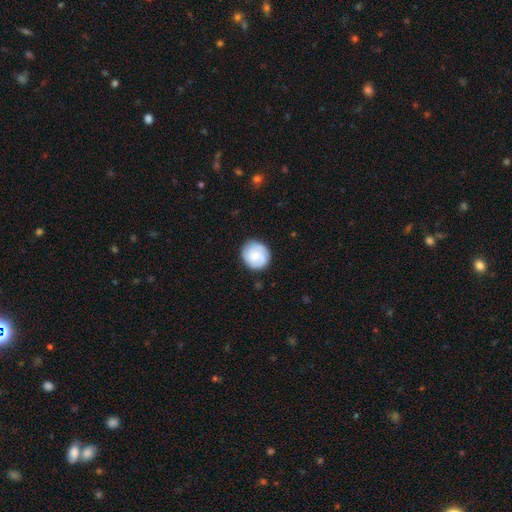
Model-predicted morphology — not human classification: Q: Smooth or featured?
A: smooth (58%); runner-up: featured or disk (35%)
Q: How rounded?
A: round (85%); runner-up: in between (14%)
Q: Merging?
A: none (83%); runner-up: minor disturbance (13%)